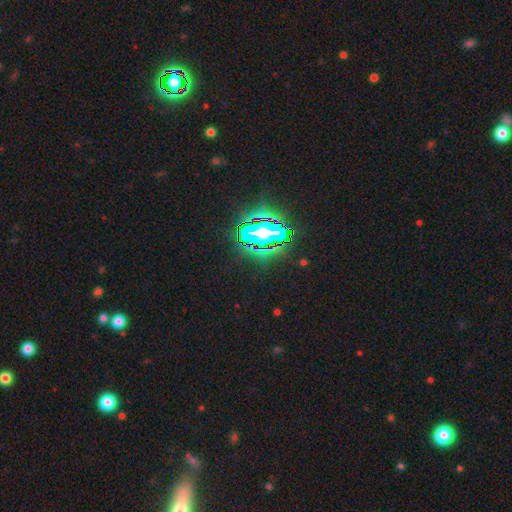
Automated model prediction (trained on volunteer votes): star or artifact 83%, smooth 10%, featured or disk 7%.